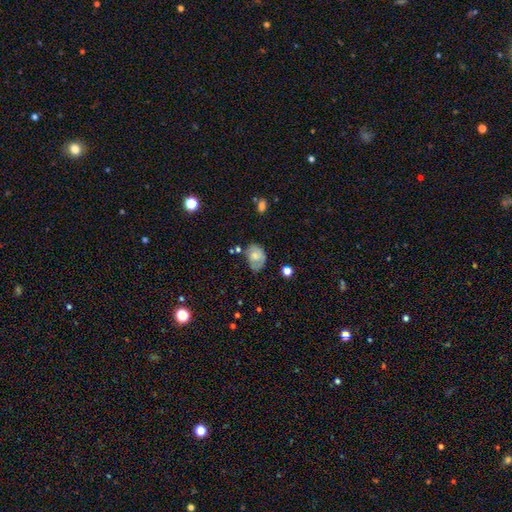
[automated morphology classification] A smooth galaxy with no disk features (59%) that is in between round and cigar-shaped (71%). Merging: none (44%).